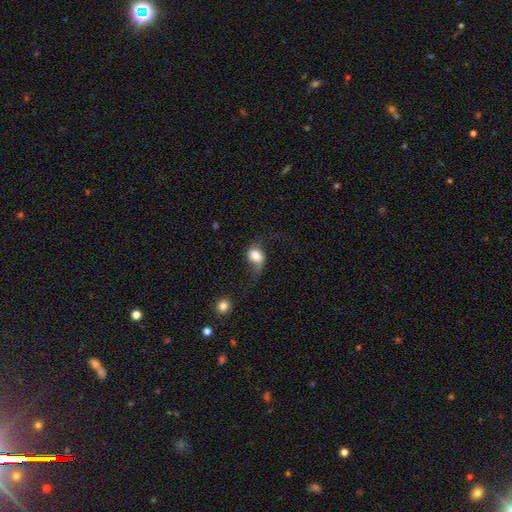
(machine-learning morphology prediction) Smooth or featured? Predicted: smooth (p=0.58). How rounded? Predicted: round (p=0.54). Merging? Predicted: none (p=0.37).